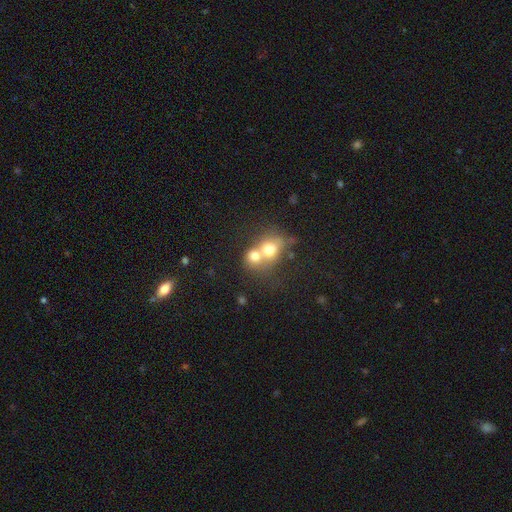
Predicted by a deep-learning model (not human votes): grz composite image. It shows a smooth galaxy with no disk features (58%) that is round (64%). Merging: merger (65%).